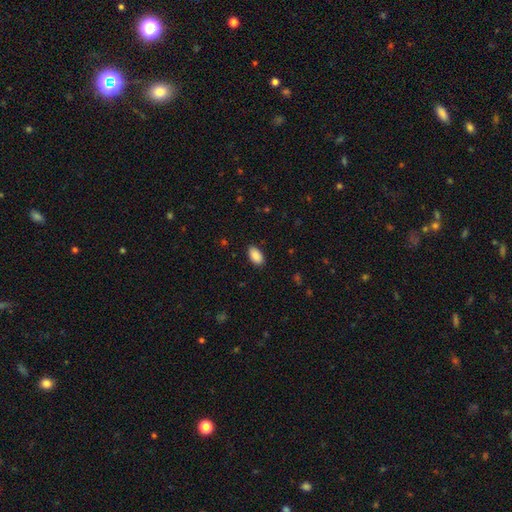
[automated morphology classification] Q: Smooth or featured?
A: smooth (90%); runner-up: star or artifact (7%)
Q: How rounded?
A: in between (95%); runner-up: round (3%)
Q: Merging?
A: none (88%); runner-up: minor disturbance (9%)